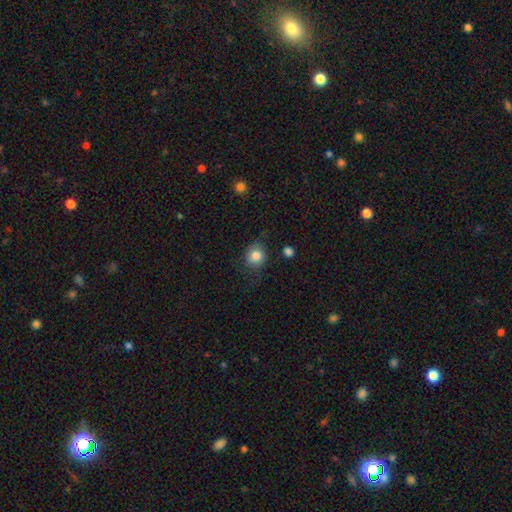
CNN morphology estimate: This is clearly a smooth galaxy (83%). How rounded: likely round (80%). Merging: likely none (71%).